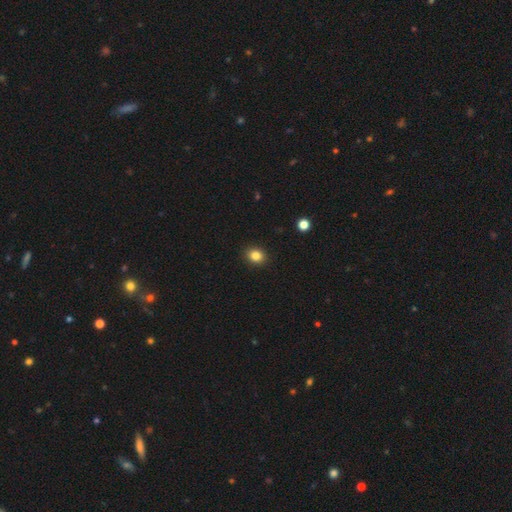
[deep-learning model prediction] A smooth galaxy with no disk features (84%) that is round (53%).

Vote fractions:
- Smooth or featured? smooth: 84% / star or artifact: 11% / featured or disk: 5%
- How rounded? round: 53% / in between: 46% / cigar-shaped: 1%
- Merging? none: 91% / minor disturbance: 7% / major disturbance: 2% / merger: 1%